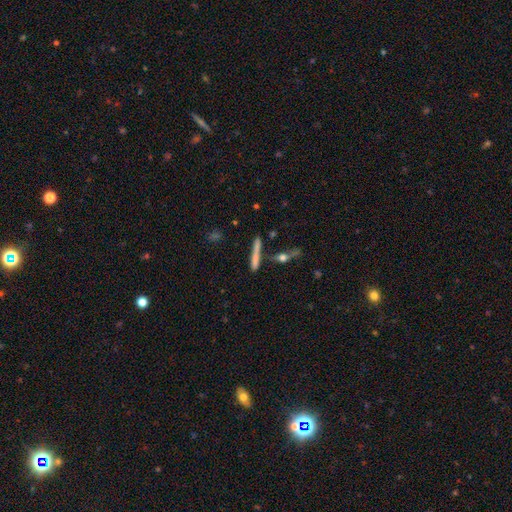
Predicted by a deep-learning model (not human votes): smooth_or_featured: smooth (p=0.54) [alt: featured or disk p=0.37]
how_rounded: cigar-shaped (p=0.93) [alt: in between p=0.05]
merging: none (p=0.69) [alt: minor disturbance p=0.13]